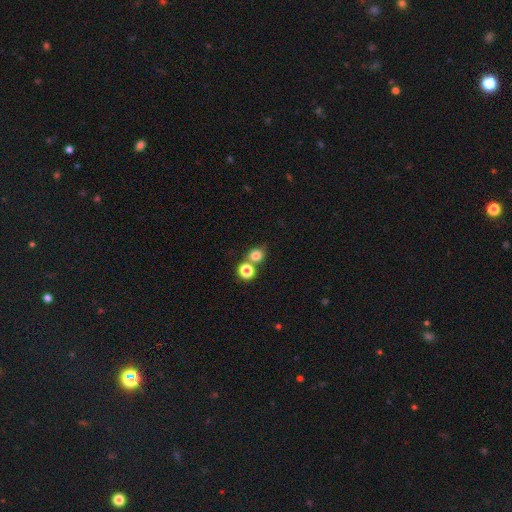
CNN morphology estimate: Overall: smooth (79%). How rounded: round (80%). Merging: none (56%; merger 31%).